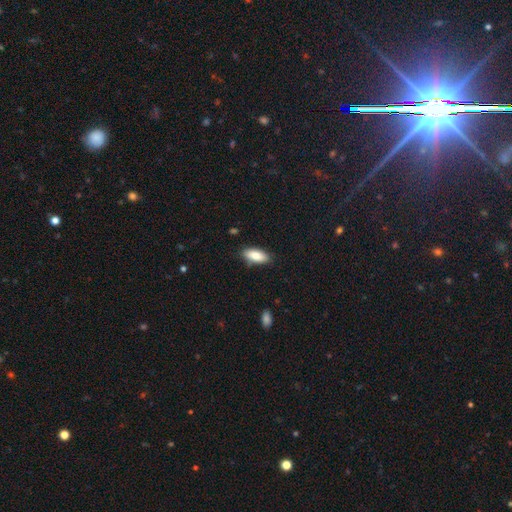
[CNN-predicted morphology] Q: Smooth or featured?
A: smooth (84%); runner-up: featured or disk (10%)
Q: How rounded?
A: in between (81%); runner-up: cigar-shaped (17%)
Q: Merging?
A: none (85%); runner-up: minor disturbance (12%)